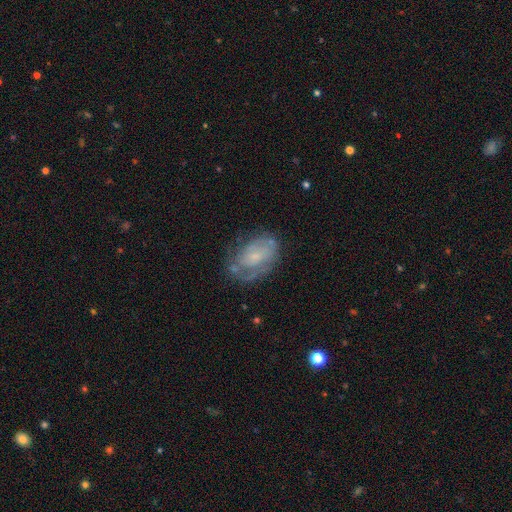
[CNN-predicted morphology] This appears to be a featured or disk galaxy (65%) with no bar (64%), spiral arms (76%) and a small central bulge (64%). Merging: none (59%).